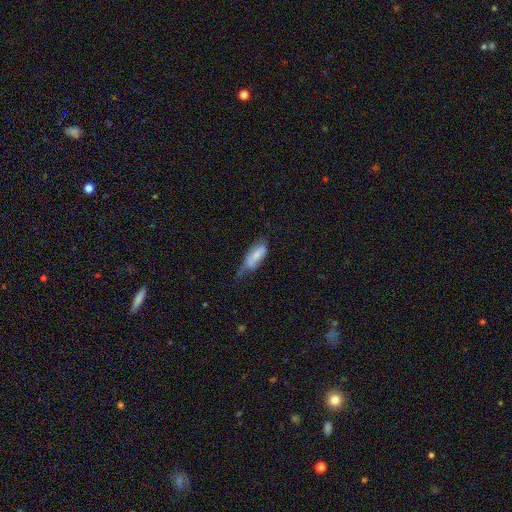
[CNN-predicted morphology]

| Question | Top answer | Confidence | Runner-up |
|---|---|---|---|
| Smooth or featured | smooth | 66% | featured or disk (27%) |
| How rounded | in between | 69% | cigar-shaped (29%) |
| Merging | minor disturbance | 42% | none (29%) |